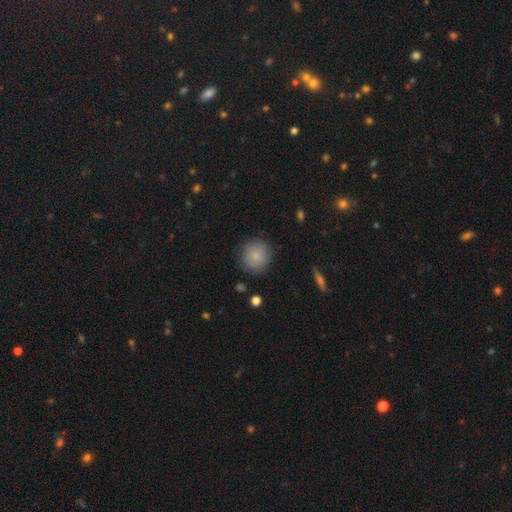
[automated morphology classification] This appears to be a smooth galaxy with no disk features (85%) that is round (92%). Merging: none (87%).